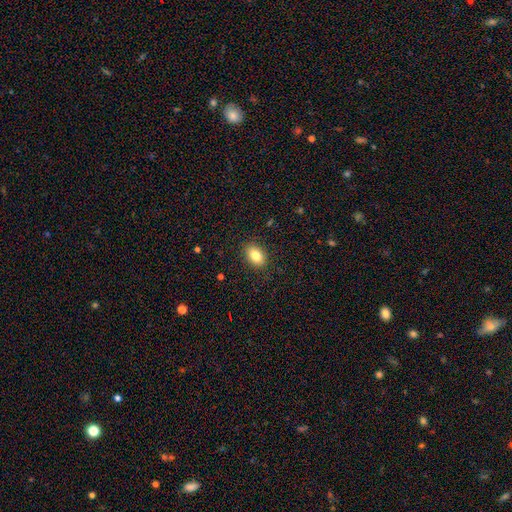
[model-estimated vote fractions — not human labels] smooth-or-featured: smooth: 82% | featured or disk: 9% | star or artifact: 9%
  how-rounded: in between: 84% | round: 15% | cigar-shaped: 2%
  merging: none: 88% | minor disturbance: 9% | major disturbance: 2% | merger: 1%